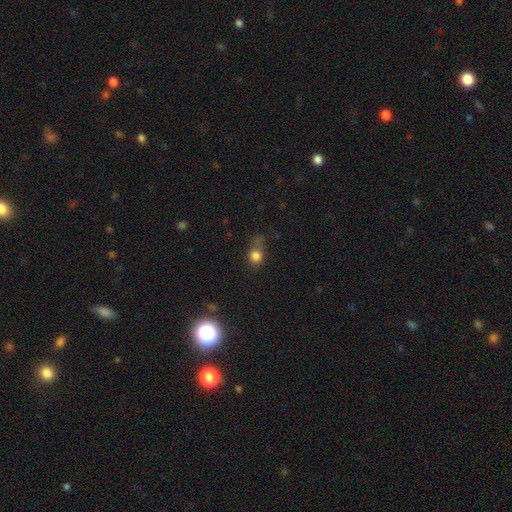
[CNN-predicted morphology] Smooth or featured? smooth (78%)
How rounded? round (71%)
Merging? none (41%)